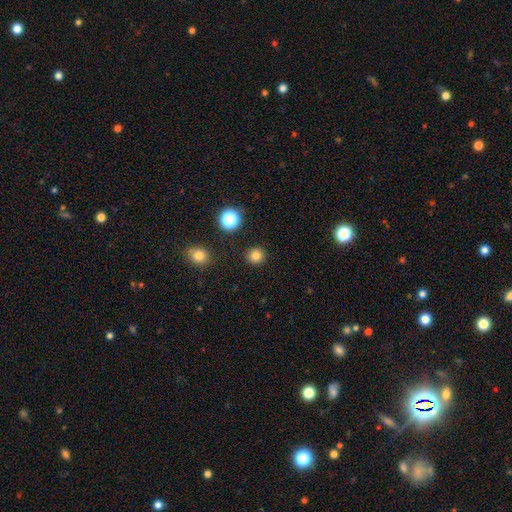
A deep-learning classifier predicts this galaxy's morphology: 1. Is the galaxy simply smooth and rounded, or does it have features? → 81% smooth, 14% star or artifact, 4% featured or disk.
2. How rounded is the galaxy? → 94% round, 5% in between, 1% cigar-shaped.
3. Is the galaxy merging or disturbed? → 91% none, 5% minor disturbance, 2% major disturbance, 2% merger.